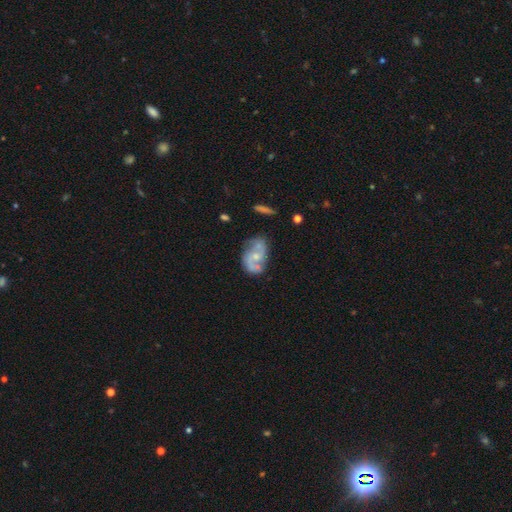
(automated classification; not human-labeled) Smooth or featured? featured or disk (77%)
Edge-on disk? no (97%)
Bar? no (62%)
Spiral arms? yes (90%)
Spiral winding? medium (46%)
Spiral arm count? 2 (82%)
Bulge size? small (56%)
Merging? none (56%)